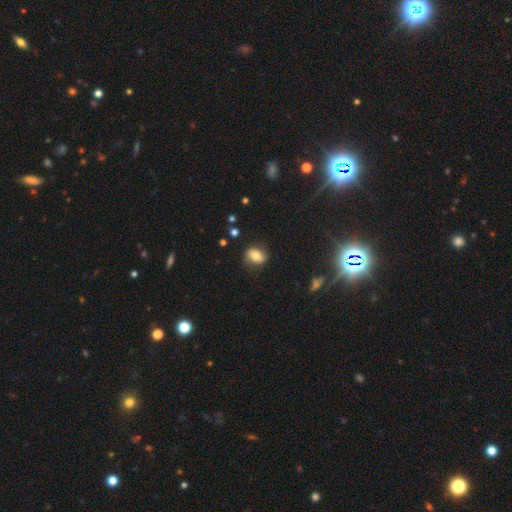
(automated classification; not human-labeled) Overall: smooth (67%). How rounded: in between (63%; round 36%). Merging: none (79%).